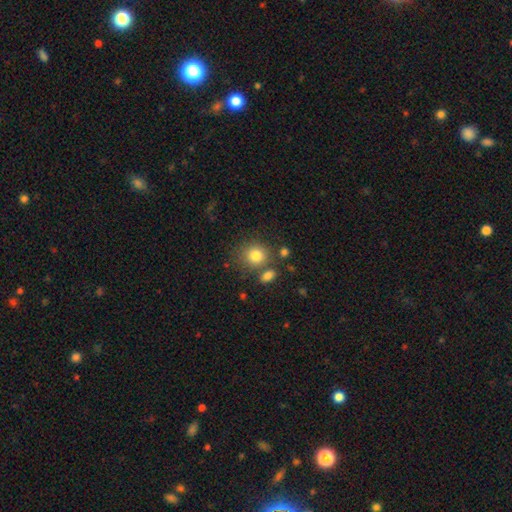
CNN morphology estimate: Q: Smooth or featured?
A: smooth (81%); runner-up: star or artifact (11%)
Q: How rounded?
A: round (79%); runner-up: in between (20%)
Q: Merging?
A: none (70%); runner-up: merger (14%)